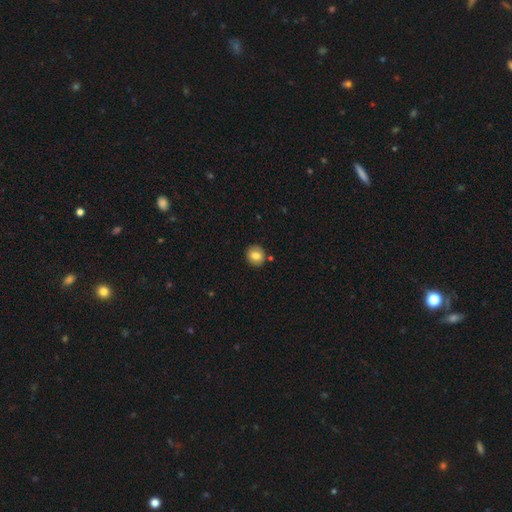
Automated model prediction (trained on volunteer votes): Smooth or featured? smooth (79%)
How rounded? round (84%)
Merging? none (87%)